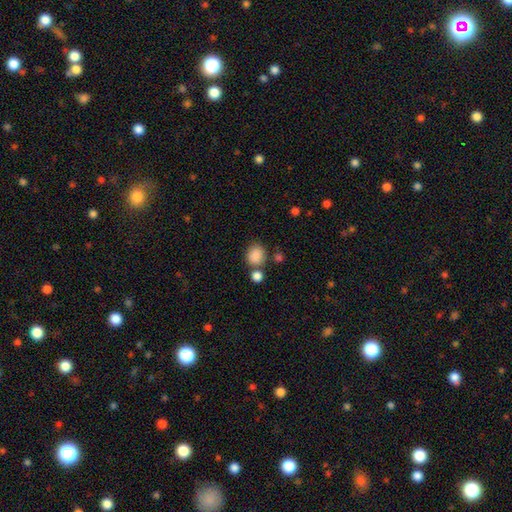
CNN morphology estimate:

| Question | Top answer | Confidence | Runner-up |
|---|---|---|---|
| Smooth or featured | smooth | 86% | star or artifact (9%) |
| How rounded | round | 72% | in between (27%) |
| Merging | none | 67% | merger (17%) |